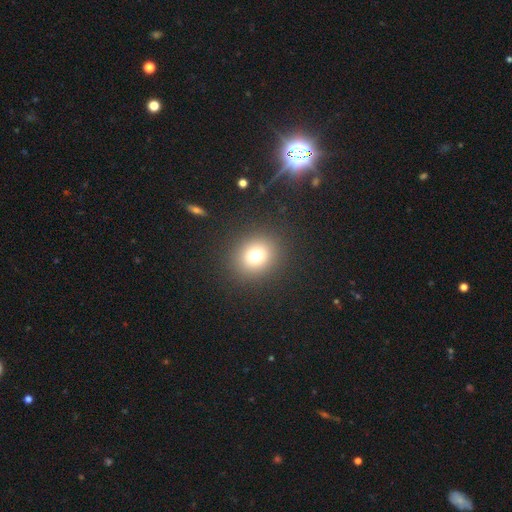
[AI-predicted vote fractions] The model was most divided on "how rounded": round: 77%, in between: 22%, cigar-shaped: 1%. More confident: merging — none (89%); smooth or featured — smooth (73%).